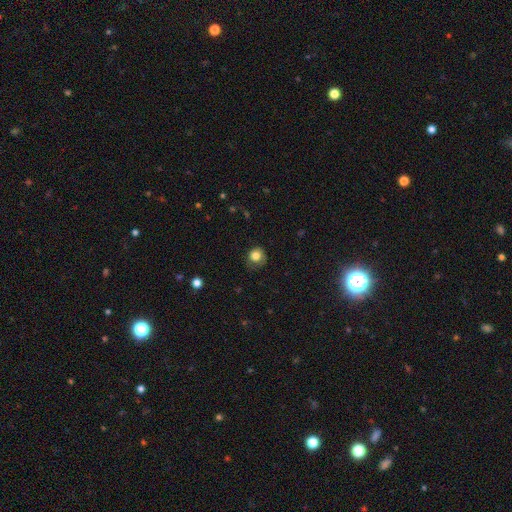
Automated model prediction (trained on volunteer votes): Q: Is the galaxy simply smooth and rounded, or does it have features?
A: smooth — 80%.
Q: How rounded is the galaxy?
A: round — 85%.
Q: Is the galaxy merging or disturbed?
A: none — 68%.